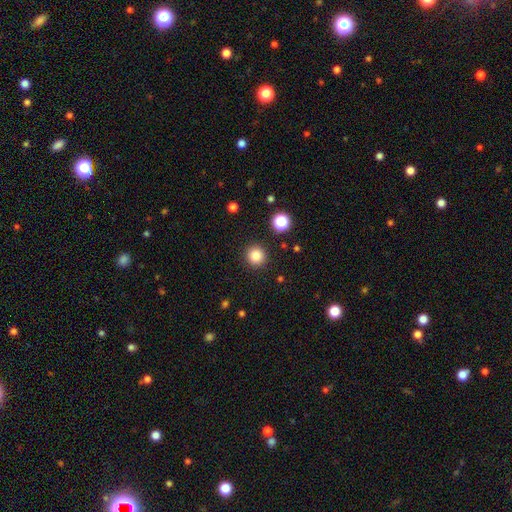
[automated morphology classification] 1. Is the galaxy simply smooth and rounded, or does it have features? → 83% smooth, 12% star or artifact, 5% featured or disk.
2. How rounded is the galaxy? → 94% round, 5% in between, 1% cigar-shaped.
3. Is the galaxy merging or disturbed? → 91% none, 5% minor disturbance, 2% major disturbance, 2% merger.